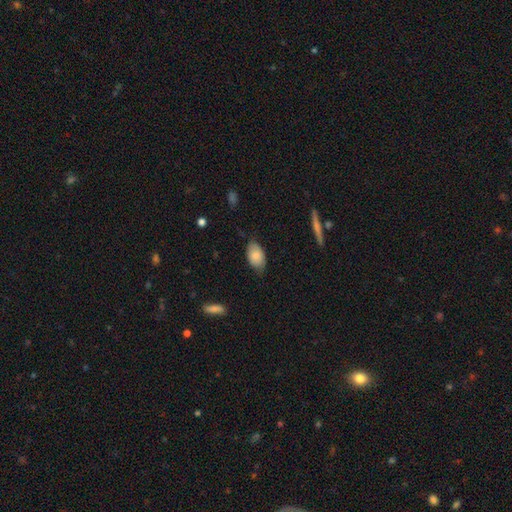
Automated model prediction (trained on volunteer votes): This is clearly a smooth galaxy (82%). How rounded: clearly in between (93%). Merging: likely none (71%).